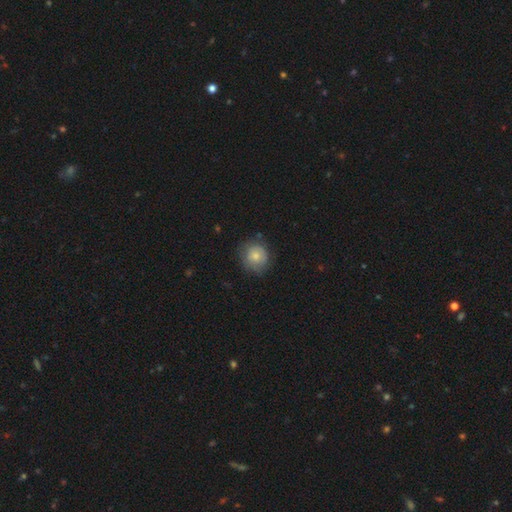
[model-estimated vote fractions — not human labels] This is likely a smooth galaxy (76%). How rounded: clearly round (87%). Merging: likely none (73%).